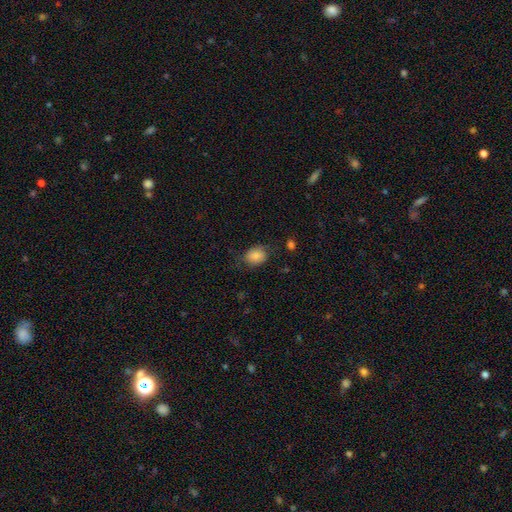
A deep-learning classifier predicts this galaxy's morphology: The model was most divided on "how rounded": in between: 53%, round: 46%, cigar-shaped: 1%. More confident: smooth or featured — smooth (85%); merging — none (72%).